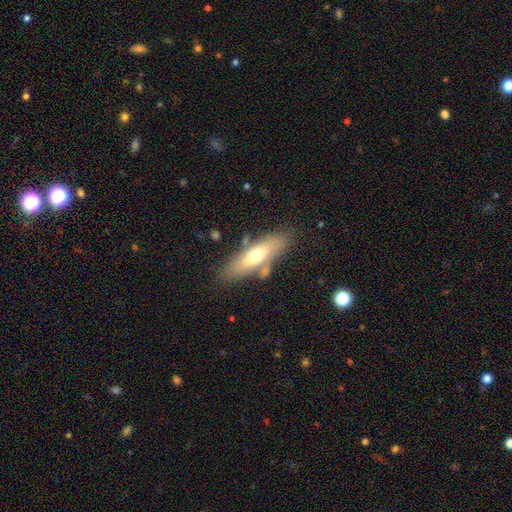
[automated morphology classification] A smooth galaxy with no disk features (55%) that is in between round and cigar-shaped (50%). Merging: none (71%).